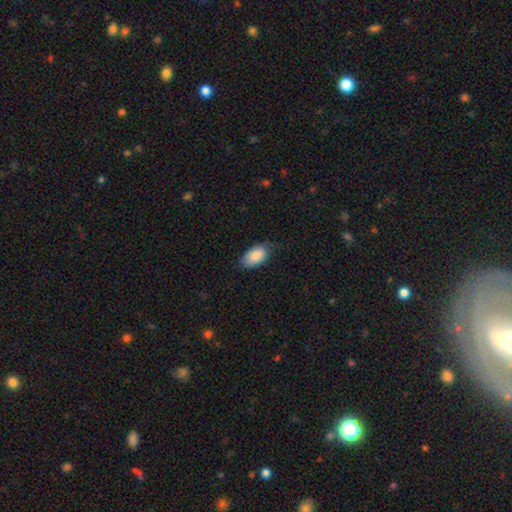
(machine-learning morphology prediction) This is clearly a smooth galaxy (87%). How rounded: clearly in between (94%). Merging: likely none (71%).